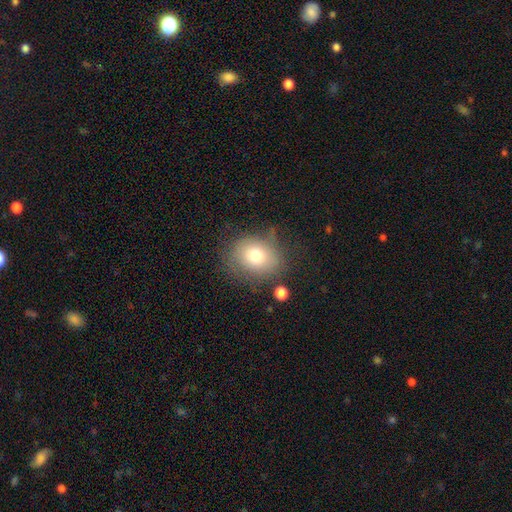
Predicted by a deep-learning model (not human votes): Smooth or featured?
  - smooth: 73% *
  - featured or disk: 15%
  - star or artifact: 11%
How rounded?
  - round: 60% *
  - in between: 39%
  - cigar-shaped: 1%
Merging?
  - none: 67% *
  - minor disturbance: 21%
  - major disturbance: 9%
  - merger: 4%